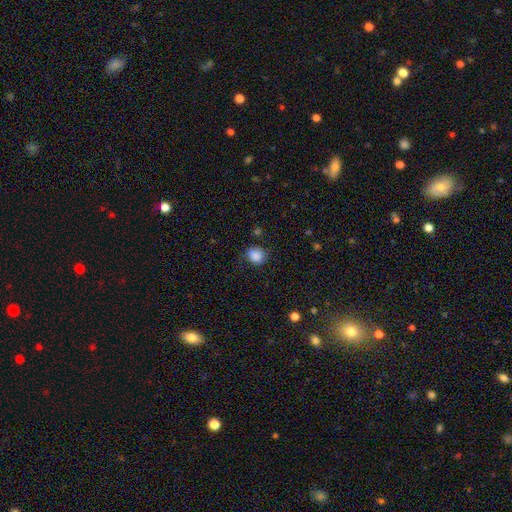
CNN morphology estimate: This appears to be a smooth galaxy with no disk features (86%) that is round (77%). Merging: none (73%).